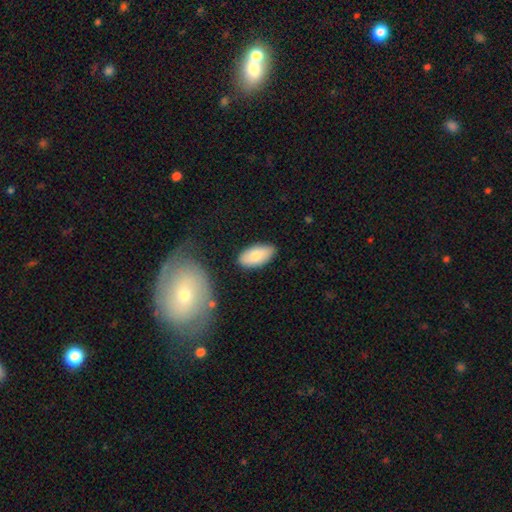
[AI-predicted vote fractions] A smooth galaxy with no disk features (80%) that is in between round and cigar-shaped (94%). Merging: none (81%).